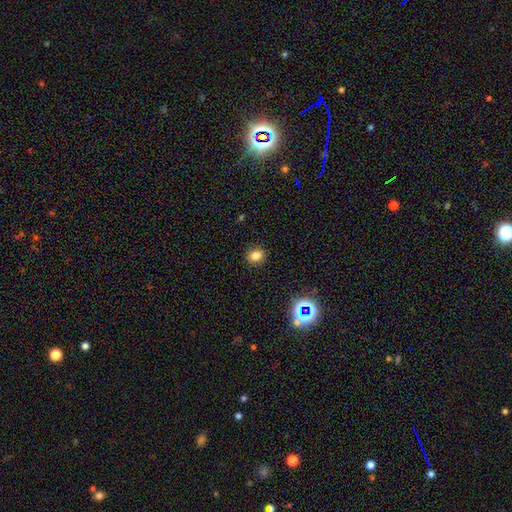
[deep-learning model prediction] This appears to be a smooth galaxy with no disk features (80%) that is round (51%). Merging: none (90%).